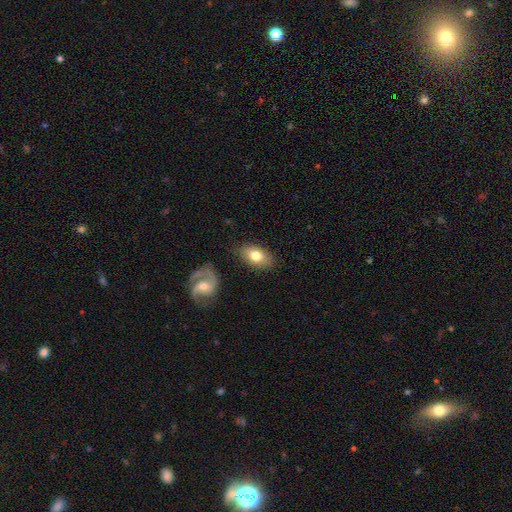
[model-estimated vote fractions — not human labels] This appears to be a smooth galaxy with no disk features (72%) that is in between round and cigar-shaped (87%). Merging: none (79%).